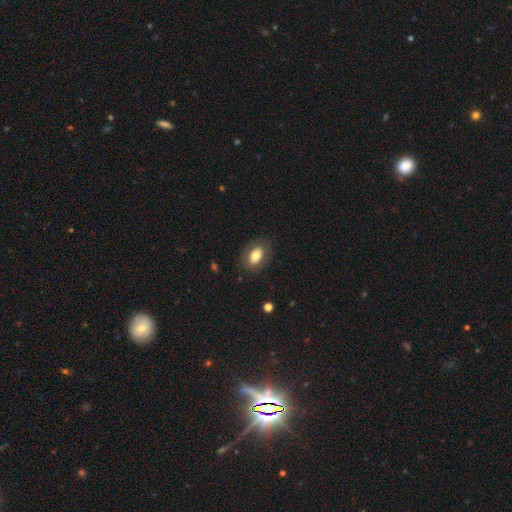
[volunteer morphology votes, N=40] Smooth or featured: smooth — 72% (featured or disk — 20%)
How rounded: in between — 93% (round — 7%)
Merging: none — 81% (minor disturbance — 14%)